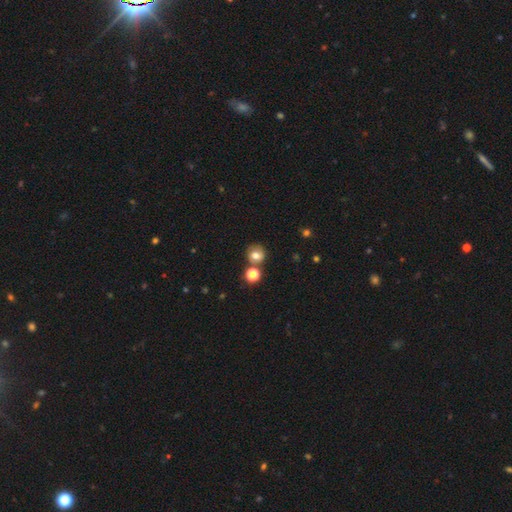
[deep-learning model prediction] Smooth or featured? Predicted: smooth (p=0.74). How rounded? Predicted: round (p=0.86). Merging? Predicted: none (p=0.67).